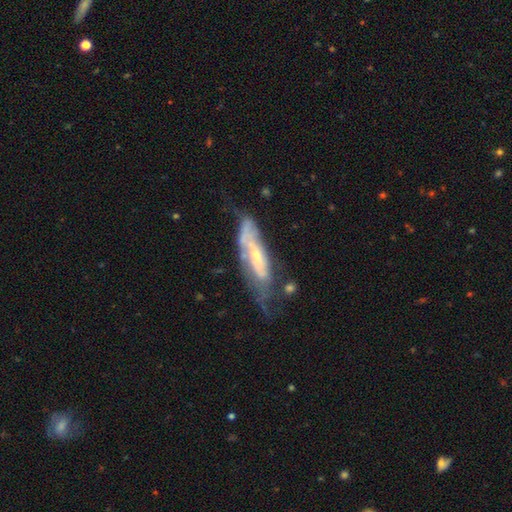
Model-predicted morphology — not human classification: A featured or disk galaxy (67%). Merging: none (36%).